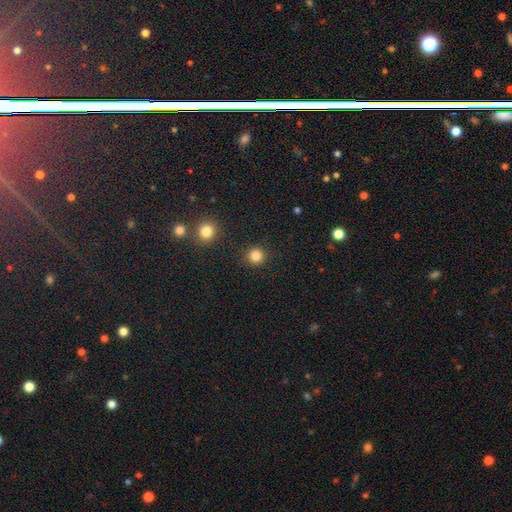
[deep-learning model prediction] The model was most divided on "smooth or featured": smooth: 84%, star or artifact: 13%, featured or disk: 4%. More confident: how rounded — round (94%); merging — none (91%).